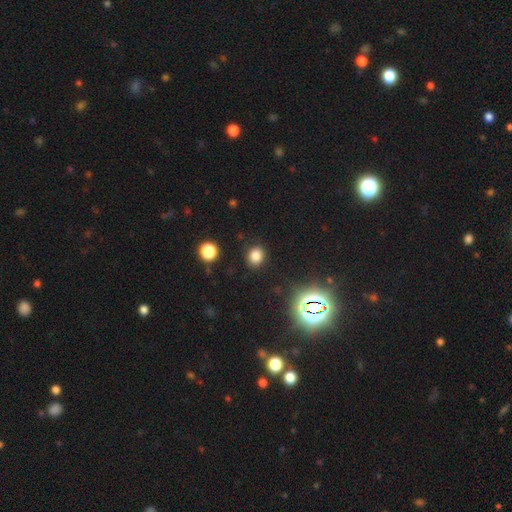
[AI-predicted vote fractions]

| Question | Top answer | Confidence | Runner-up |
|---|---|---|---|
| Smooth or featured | smooth | 79% | star or artifact (16%) |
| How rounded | round | 65% | in between (34%) |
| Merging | none | 88% | minor disturbance (8%) |